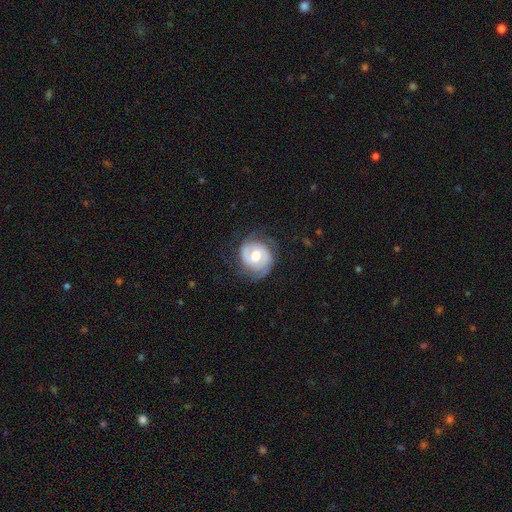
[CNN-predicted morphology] Smooth or featured? Predicted: featured or disk (p=0.79). Edge-on disk? Predicted: no (p=0.98). Bar? Predicted: weak (p=0.45). Spiral arms? Predicted: yes (p=0.91). Spiral winding? Predicted: tight (p=0.58). Spiral arm count? Predicted: 2 (p=0.74). Bulge size? Predicted: moderate (p=0.73). Merging? Predicted: none (p=0.71).